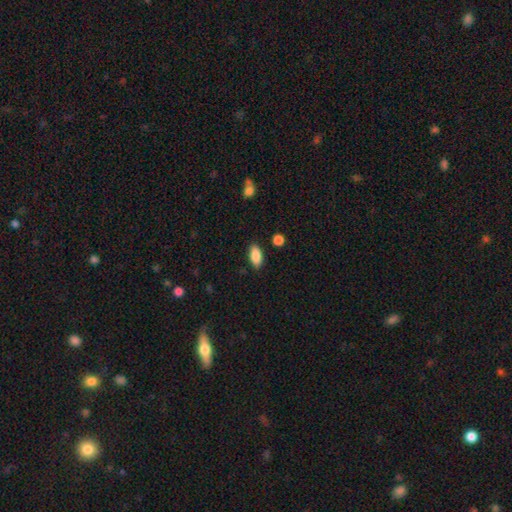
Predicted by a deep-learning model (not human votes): Morphology: type=smooth (88%); roundness=in between (88%); merging=none (85%).